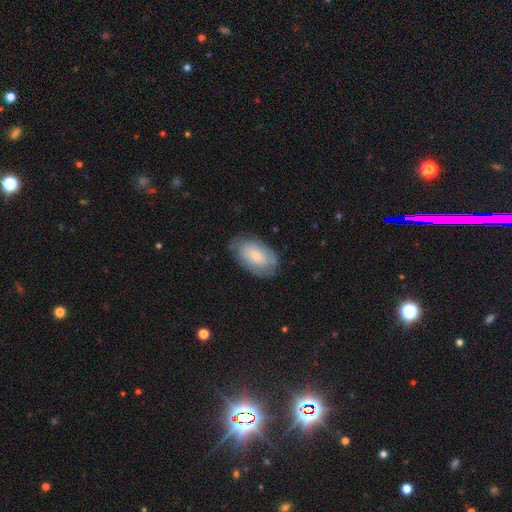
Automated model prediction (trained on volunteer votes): Smooth or featured: smooth — 59% (featured or disk — 34%)
How rounded: in between — 92% (round — 6%)
Merging: none — 72% (minor disturbance — 21%)